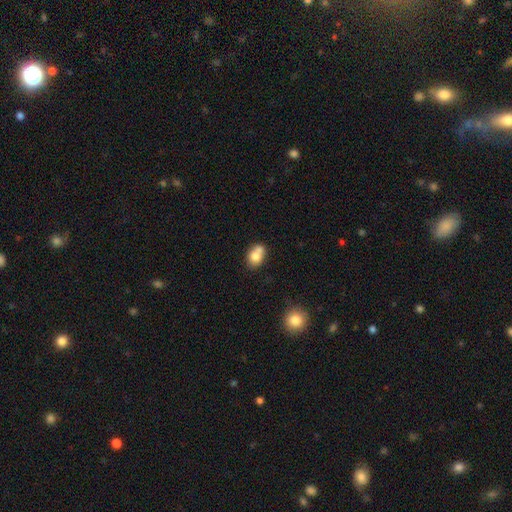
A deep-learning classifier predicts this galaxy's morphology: smooth-or-featured: smooth: 75% | featured or disk: 16% | star or artifact: 9%
  how-rounded: in between: 58% | round: 41% | cigar-shaped: 1%
  merging: merger: 45% | none: 38% | minor disturbance: 13% | major disturbance: 4%